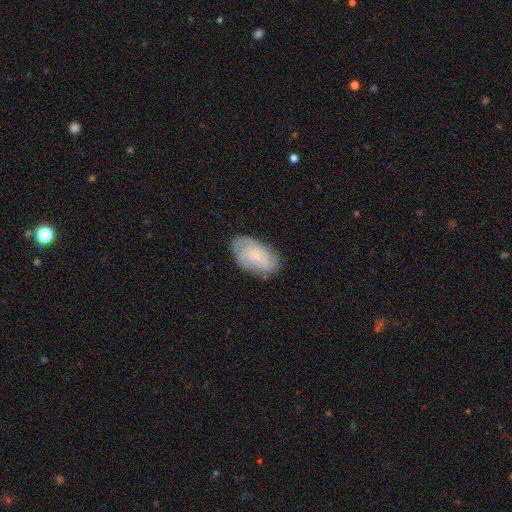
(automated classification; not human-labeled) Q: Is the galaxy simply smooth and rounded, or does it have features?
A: featured or disk — 60%.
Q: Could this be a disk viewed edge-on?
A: no — 96%.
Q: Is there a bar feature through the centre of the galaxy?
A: no — 74%.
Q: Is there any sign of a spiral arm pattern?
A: yes — 86%.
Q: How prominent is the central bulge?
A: small — 70%.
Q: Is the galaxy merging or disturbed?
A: none — 73%.